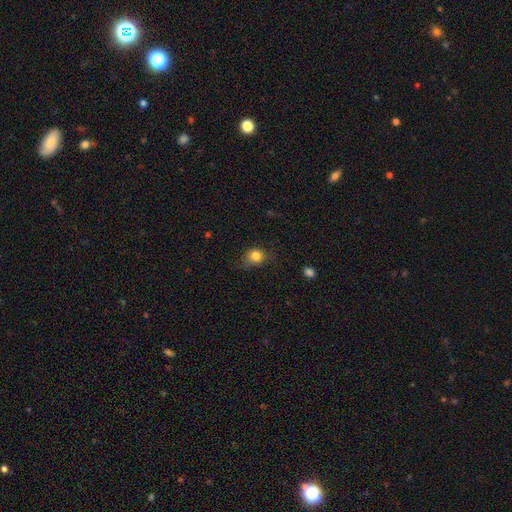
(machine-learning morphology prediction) Smooth or featured? Predicted: smooth (p=0.82). How rounded? Predicted: round (p=0.64). Merging? Predicted: none (p=0.63).